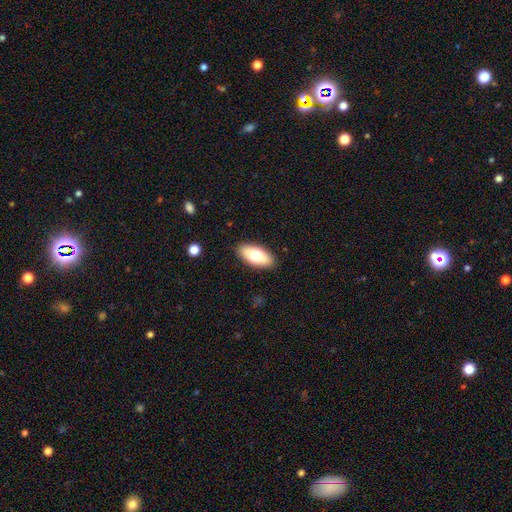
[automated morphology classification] Smooth or featured?
  - smooth: 73% *
  - featured or disk: 21%
  - star or artifact: 7%
How rounded?
  - in between: 87% *
  - cigar-shaped: 10%
  - round: 3%
Merging?
  - none: 88% *
  - minor disturbance: 9%
  - major disturbance: 2%
  - merger: 1%